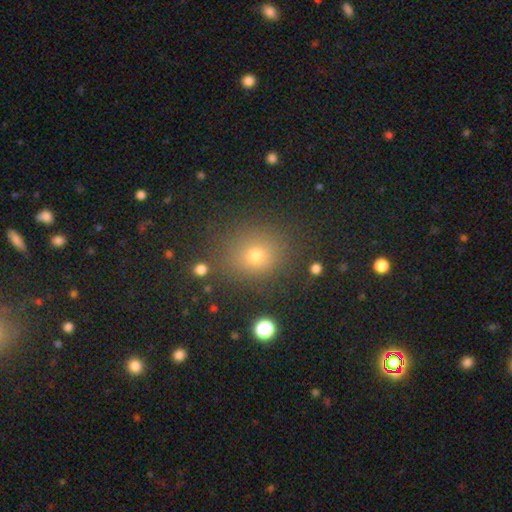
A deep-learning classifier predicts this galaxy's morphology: Smooth or featured? Predicted: smooth (p=0.70). How rounded? Predicted: round (p=0.79). Merging? Predicted: none (p=0.83).